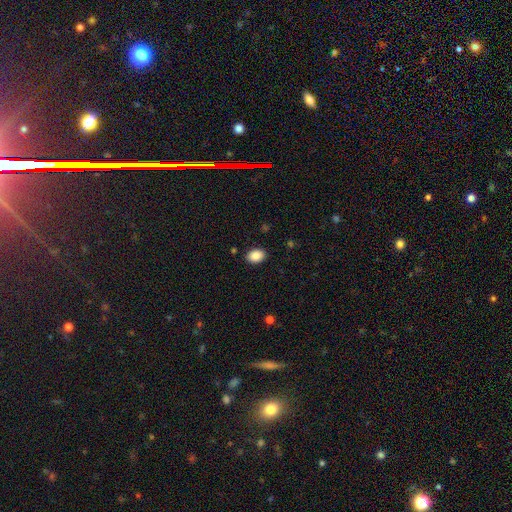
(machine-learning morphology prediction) Q: Smooth or featured?
A: smooth (89%); runner-up: star or artifact (8%)
Q: How rounded?
A: in between (79%); runner-up: round (20%)
Q: Merging?
A: none (89%); runner-up: minor disturbance (8%)